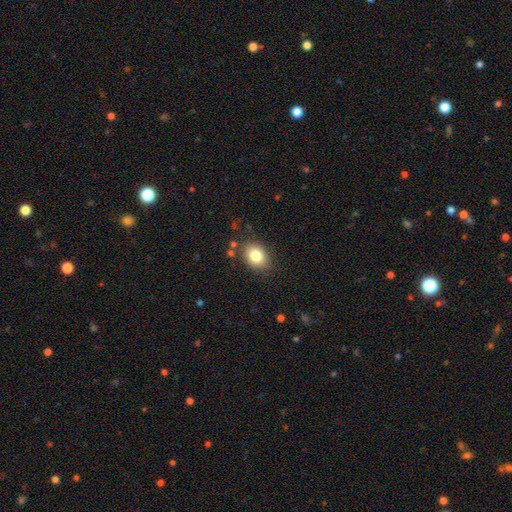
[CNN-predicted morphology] smooth 81%, featured or disk 9%, star or artifact 9%. Down the decision tree: how rounded — in between (65%); merging — none (82%).